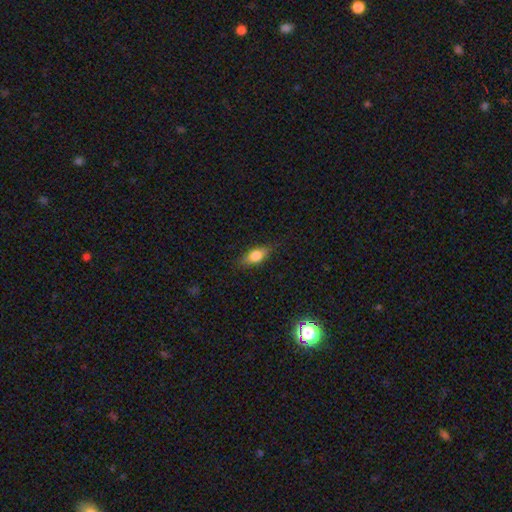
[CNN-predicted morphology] The model was most divided on "smooth or featured": smooth: 77%, featured or disk: 15%, star or artifact: 8%. More confident: merging — none (83%); how rounded — in between (79%).